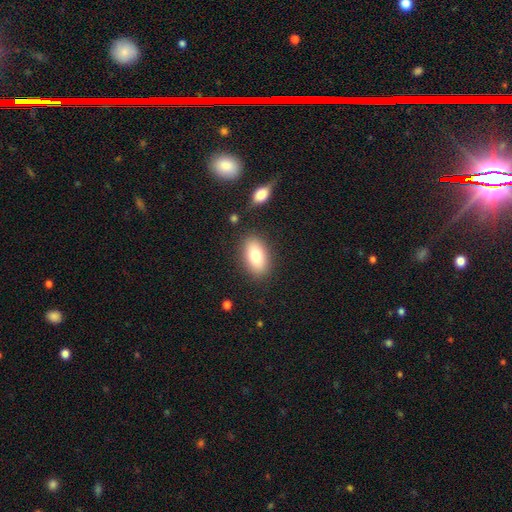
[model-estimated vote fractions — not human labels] The model was most divided on "smooth or featured": smooth: 78%, featured or disk: 14%, star or artifact: 8%. More confident: how rounded — in between (91%); merging — none (85%).